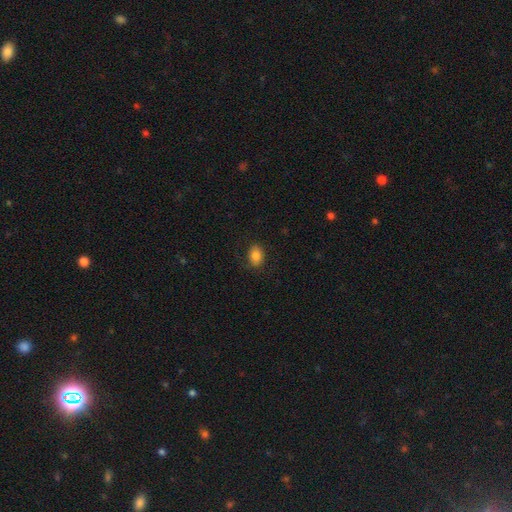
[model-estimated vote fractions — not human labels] A smooth galaxy with no disk features (83%) that is in between round and cigar-shaped (69%). Merging: none (82%).